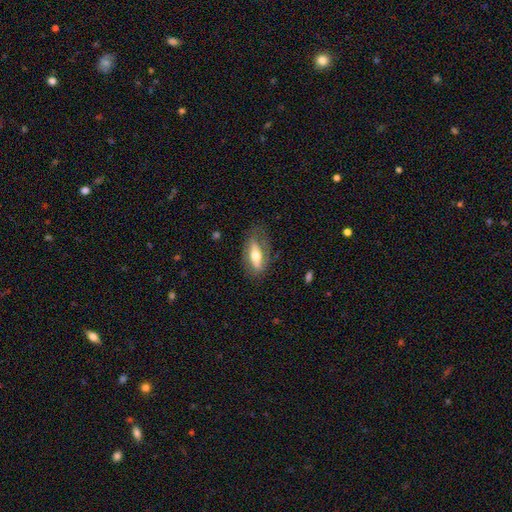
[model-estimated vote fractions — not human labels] Smooth or featured? Predicted: smooth (p=0.50). How rounded? Predicted: in between (p=0.74). Merging? Predicted: none (p=0.69).